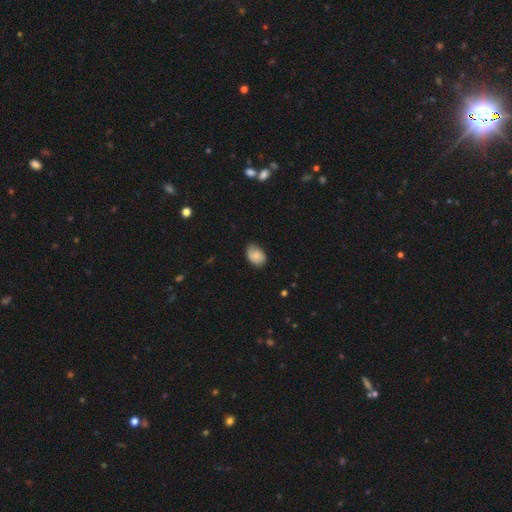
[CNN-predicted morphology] The model was most divided on "merging": none: 64%, minor disturbance: 29%, major disturbance: 7%, merger: 1%. More confident: how rounded — in between (79%); smooth or featured — smooth (72%).